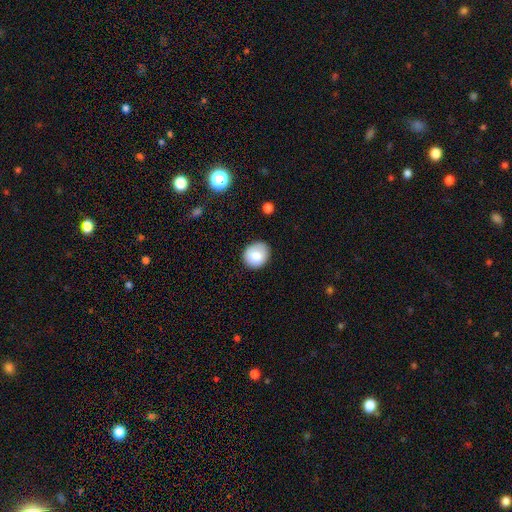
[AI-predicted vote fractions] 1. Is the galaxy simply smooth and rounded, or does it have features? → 85% smooth, 8% star or artifact, 7% featured or disk.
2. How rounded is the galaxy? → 74% round, 25% in between, 1% cigar-shaped.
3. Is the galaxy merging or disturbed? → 83% none, 13% minor disturbance, 3% major disturbance, 1% merger.